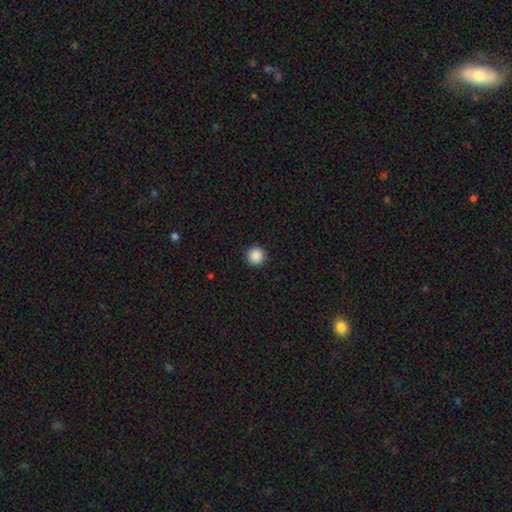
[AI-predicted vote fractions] Smooth or featured?
  - smooth: 89% *
  - star or artifact: 9%
  - featured or disk: 2%
How rounded?
  - round: 96% *
  - in between: 3%
  - cigar-shaped: 1%
Merging?
  - none: 93% *
  - minor disturbance: 4%
  - major disturbance: 2%
  - merger: 1%